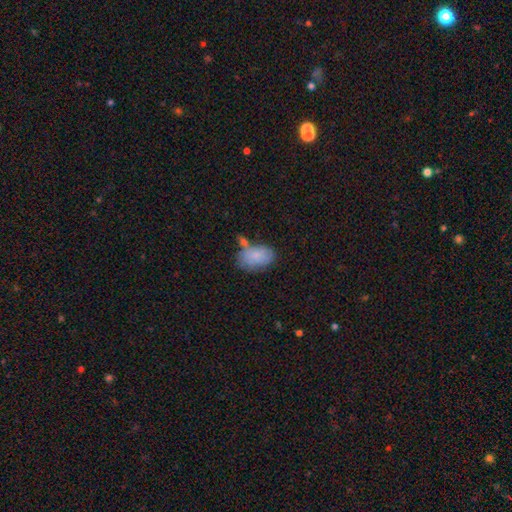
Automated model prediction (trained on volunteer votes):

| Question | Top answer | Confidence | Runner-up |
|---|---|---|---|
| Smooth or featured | smooth | 82% | featured or disk (12%) |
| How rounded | in between | 90% | round (9%) |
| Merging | none | 51% | minor disturbance (23%) |